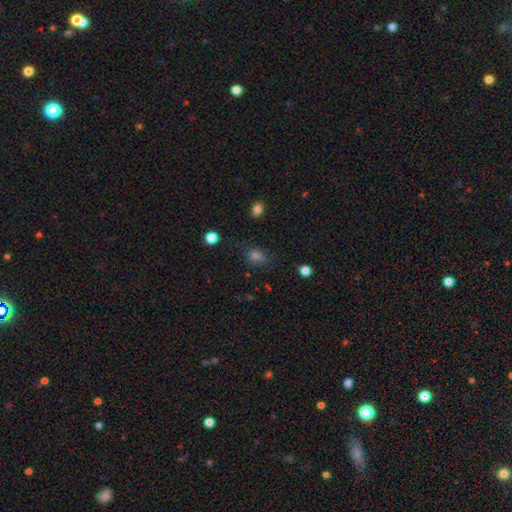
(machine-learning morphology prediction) This is likely a smooth galaxy (72%). How rounded: possibly in between (59%). Merging: likely none (74%).